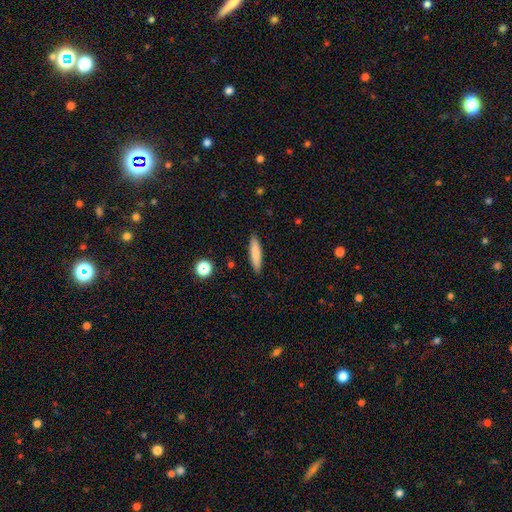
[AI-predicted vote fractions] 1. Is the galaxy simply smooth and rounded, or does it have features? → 82% smooth, 11% featured or disk, 7% star or artifact.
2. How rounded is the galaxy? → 82% cigar-shaped, 17% in between, 1% round.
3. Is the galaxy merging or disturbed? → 90% none, 7% minor disturbance, 2% major disturbance, 1% merger.